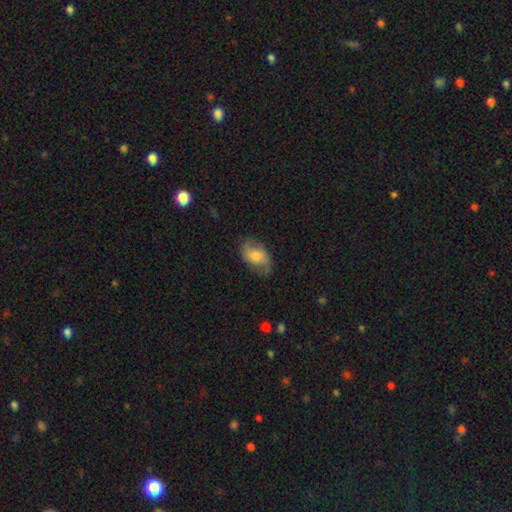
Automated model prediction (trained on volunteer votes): Smooth or featured?
  - smooth: 53% *
  - featured or disk: 39%
  - star or artifact: 8%
How rounded?
  - in between: 88% *
  - round: 10%
  - cigar-shaped: 2%
Merging?
  - none: 70% *
  - minor disturbance: 21%
  - major disturbance: 8%
  - merger: 1%